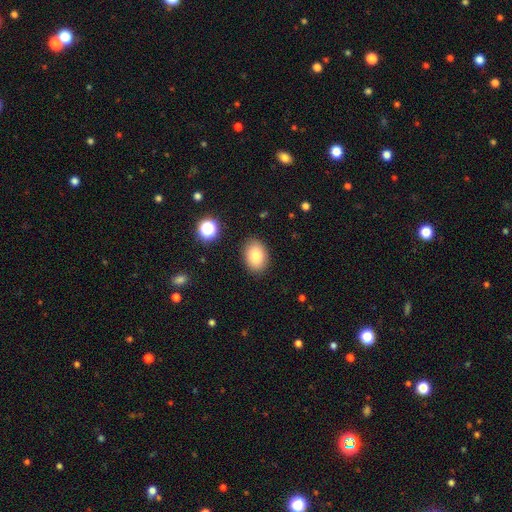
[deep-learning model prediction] smooth 82%, star or artifact 9%, featured or disk 9%. Down the decision tree: how rounded — in between (77%); merging — none (87%).